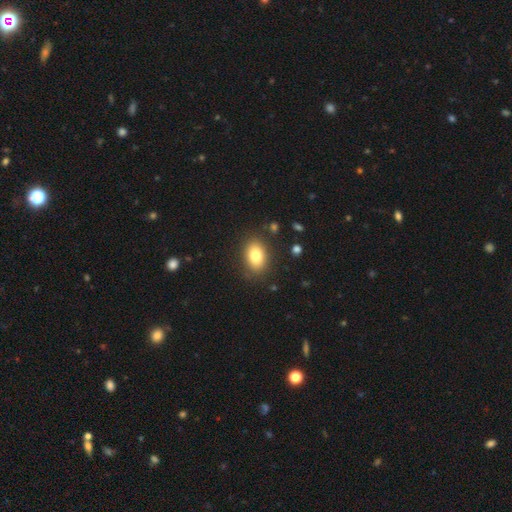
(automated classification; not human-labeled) Smooth or featured? smooth (80%)
How rounded? in between (81%)
Merging? none (85%)